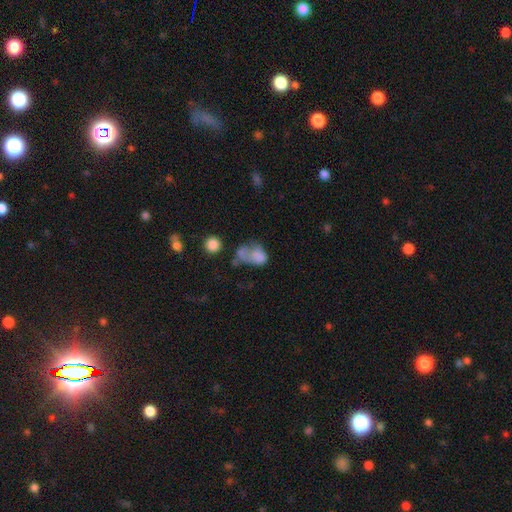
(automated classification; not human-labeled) Smooth or featured: smooth — 68% (featured or disk — 20%)
How rounded: in between — 71% (round — 27%)
Merging: merger — 40% (major disturbance — 26%)